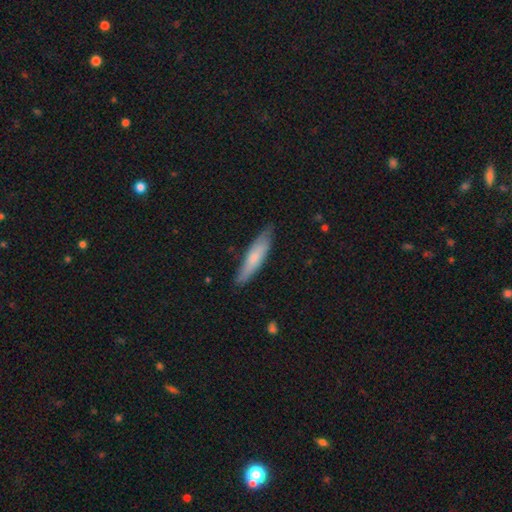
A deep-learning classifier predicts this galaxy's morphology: Overall: smooth (68%). How rounded: cigar-shaped (80%). Merging: none (80%).